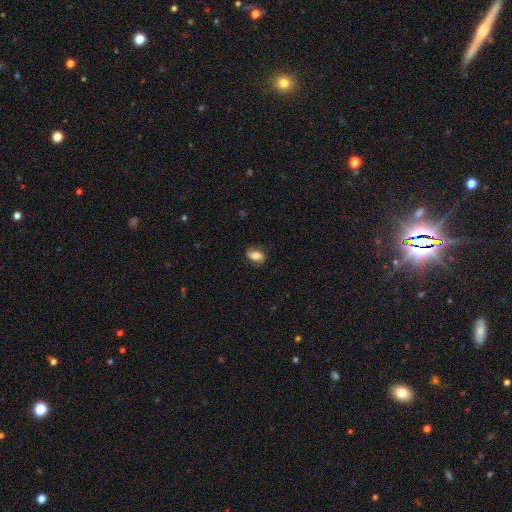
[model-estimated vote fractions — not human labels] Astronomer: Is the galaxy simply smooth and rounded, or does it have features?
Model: smooth — 65%.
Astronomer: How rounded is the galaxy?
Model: in between — 84%.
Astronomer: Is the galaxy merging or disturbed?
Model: none — 79%.